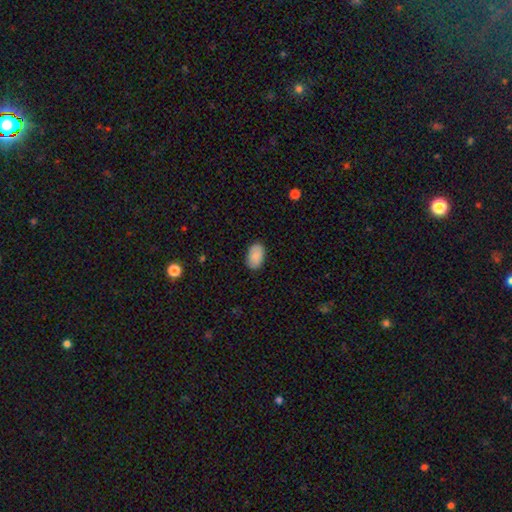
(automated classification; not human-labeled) smooth 89%, star or artifact 7%, featured or disk 4%. Down the decision tree: how rounded — in between (92%); merging — none (87%).